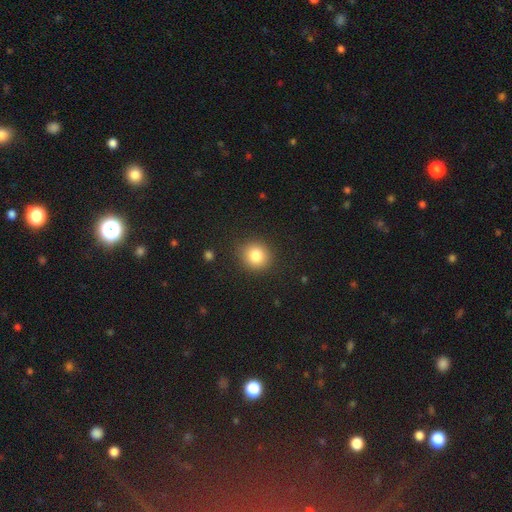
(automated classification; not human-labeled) Q: Smooth or featured?
A: smooth (82%); runner-up: star or artifact (11%)
Q: How rounded?
A: round (86%); runner-up: in between (13%)
Q: Merging?
A: none (88%); runner-up: minor disturbance (8%)